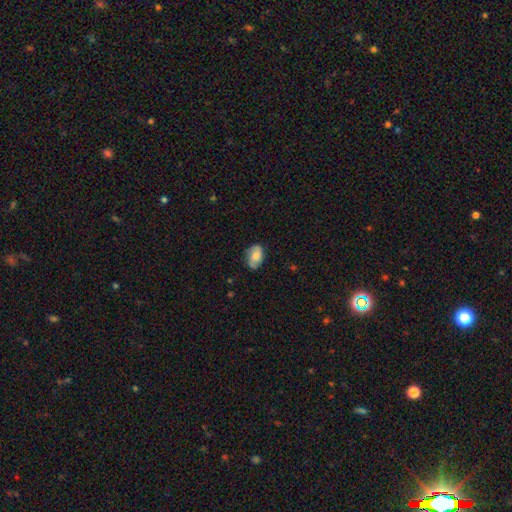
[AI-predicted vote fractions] Q: Smooth or featured?
A: smooth (56%); runner-up: featured or disk (36%)
Q: How rounded?
A: in between (86%); runner-up: round (12%)
Q: Merging?
A: none (69%); runner-up: minor disturbance (24%)